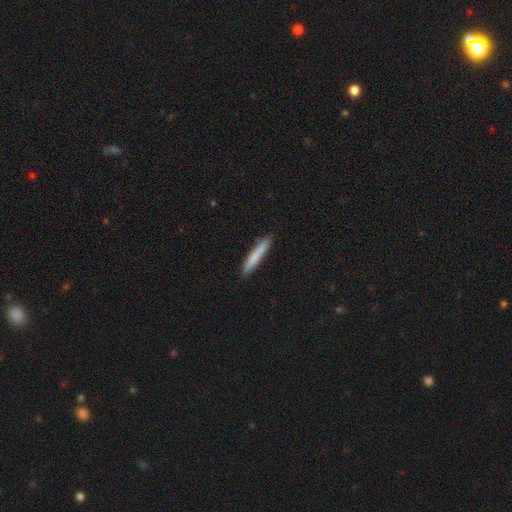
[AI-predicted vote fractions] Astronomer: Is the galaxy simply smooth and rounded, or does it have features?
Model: smooth — 79%.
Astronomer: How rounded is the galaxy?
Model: cigar-shaped — 93%.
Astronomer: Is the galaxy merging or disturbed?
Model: none — 87%.